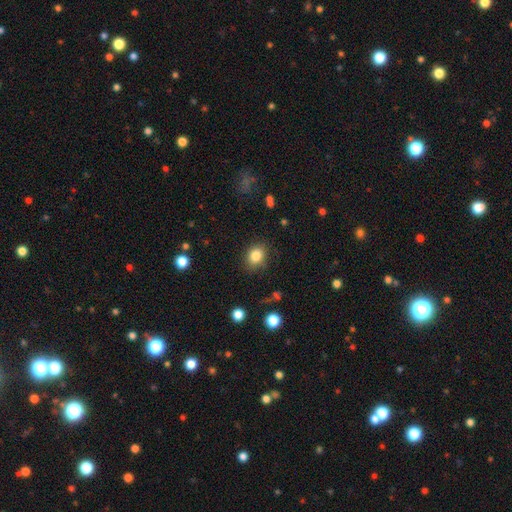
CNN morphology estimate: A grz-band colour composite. It shows a smooth galaxy with no disk features (84%) that is round (50%). Merging: none (84%).